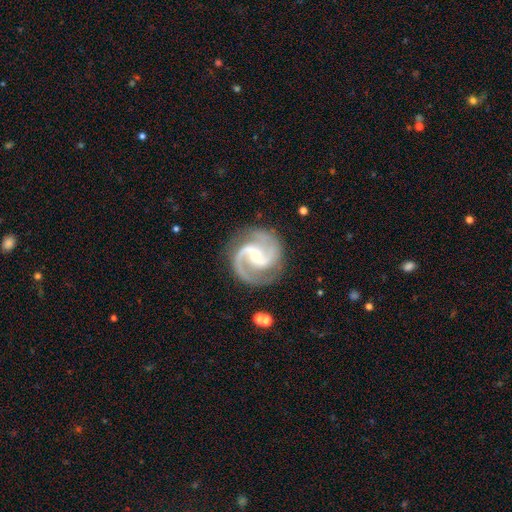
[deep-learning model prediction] The model was most divided on "bar": weak: 42%, no: 36%, strong: 22%. More confident: spiral arms — yes (99%); edge-on disk — no (98%); smooth or featured — featured or disk (93%); spiral arm count — 2 (90%); merging — none (82%); spiral winding — medium (64%); bulge size — small (61%).